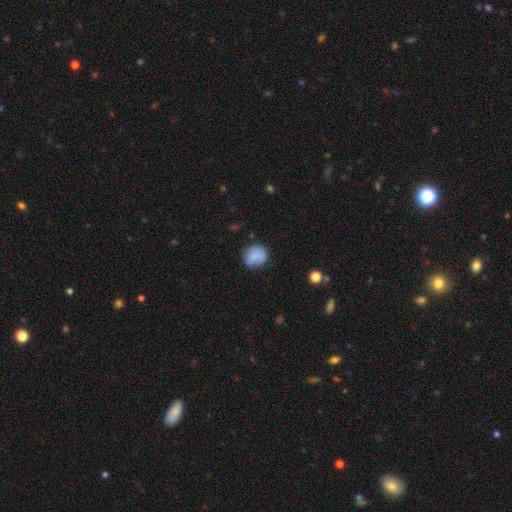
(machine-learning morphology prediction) A smooth galaxy with no disk features (77%) that is round (77%).

Vote fractions:
- Smooth or featured? smooth: 77% / featured or disk: 15% / star or artifact: 8%
- How rounded? round: 77% / in between: 22% / cigar-shaped: 1%
- Merging? none: 65% / minor disturbance: 25% / major disturbance: 8% / merger: 3%